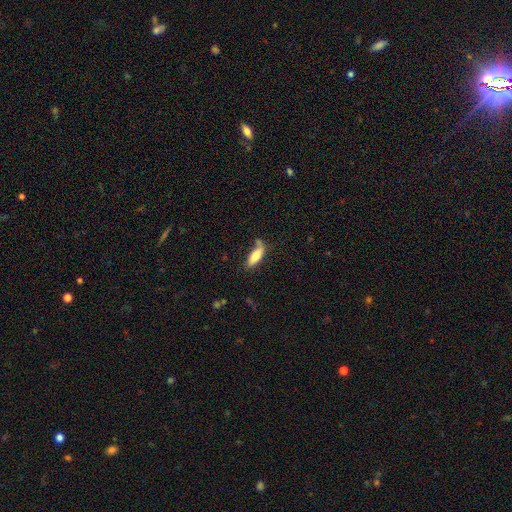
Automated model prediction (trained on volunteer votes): Smooth or featured: smooth — 76% (featured or disk — 17%)
How rounded: in between — 58% (cigar-shaped — 40%)
Merging: none — 54% (minor disturbance — 26%)